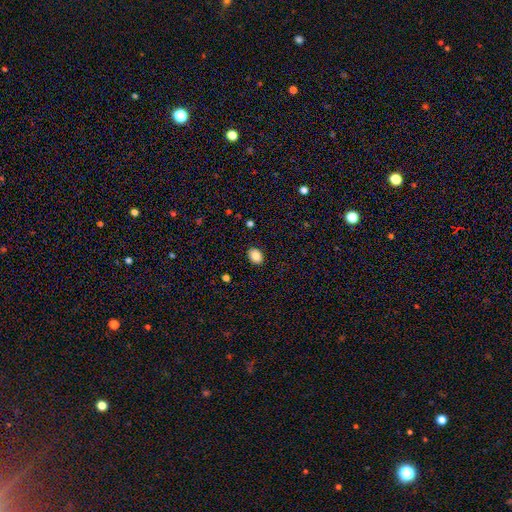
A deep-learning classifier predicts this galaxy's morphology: This is clearly a smooth galaxy (86%). How rounded: likely in between (63%). Merging: clearly none (90%).